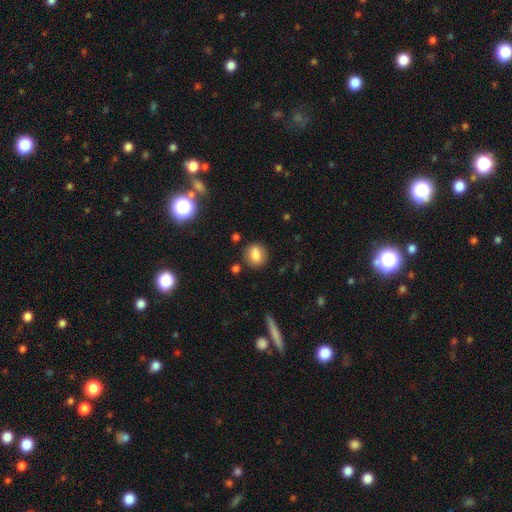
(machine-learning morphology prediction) Smooth or featured? smooth (82%)
How rounded? round (61%)
Merging? none (82%)